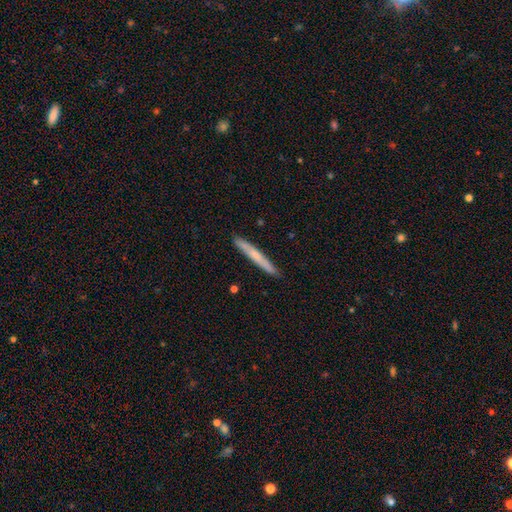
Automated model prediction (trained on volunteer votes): Smooth or featured? smooth (58%)
How rounded? cigar-shaped (96%)
Merging? none (91%)